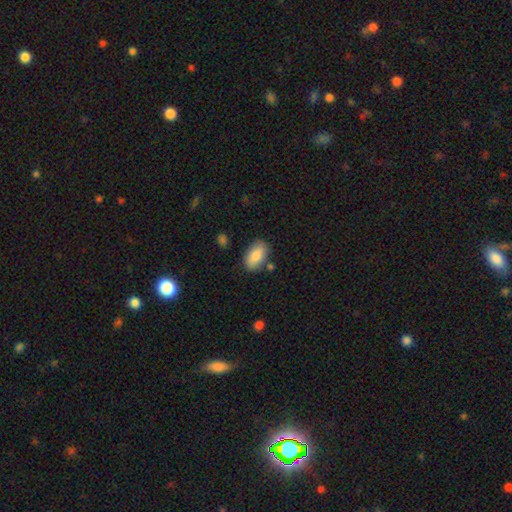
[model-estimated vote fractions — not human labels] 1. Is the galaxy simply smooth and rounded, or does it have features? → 85% smooth, 9% featured or disk, 6% star or artifact.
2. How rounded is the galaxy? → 93% in between, 5% round, 2% cigar-shaped.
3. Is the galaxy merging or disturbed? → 78% none, 14% minor disturbance, 5% merger, 3% major disturbance.